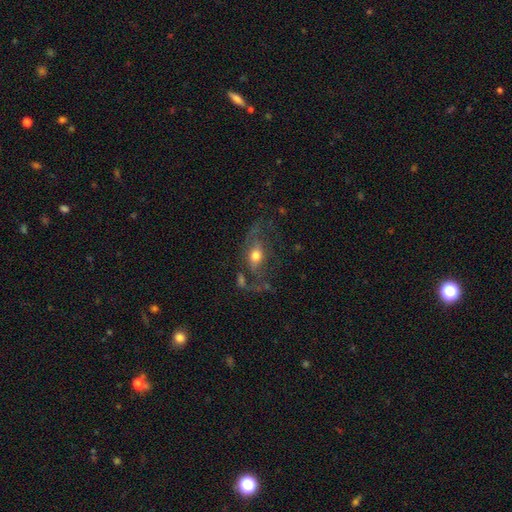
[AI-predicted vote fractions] Q: Smooth or featured?
A: featured or disk (60%); runner-up: smooth (31%)
Q: Edge-on disk?
A: no (86%); runner-up: yes (14%)
Q: Bar?
A: no (62%); runner-up: weak (26%)
Q: Spiral arms?
A: yes (60%); runner-up: no (40%)
Q: Bulge size?
A: moderate (68%); runner-up: small (16%)
Q: Merging?
A: none (39%); runner-up: major disturbance (33%)